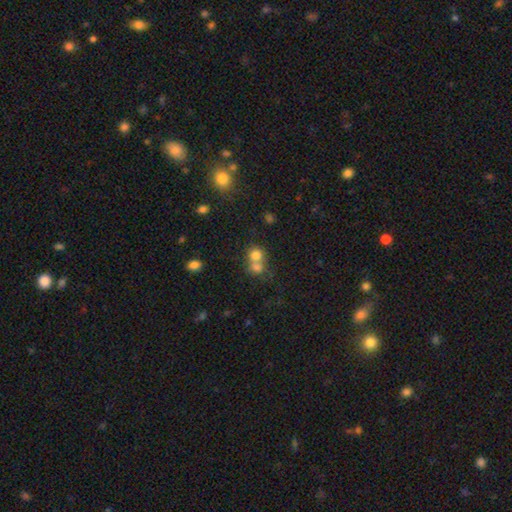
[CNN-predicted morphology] A smooth galaxy with no disk features (74%) that is round (80%).

Vote fractions:
- Smooth or featured? smooth: 74% / star or artifact: 13% / featured or disk: 12%
- How rounded? round: 80% / in between: 19% / cigar-shaped: 1%
- Merging? merger: 60% / none: 31% / minor disturbance: 6% / major disturbance: 3%